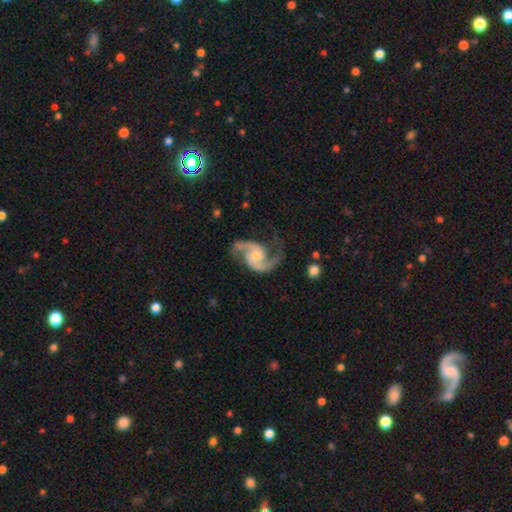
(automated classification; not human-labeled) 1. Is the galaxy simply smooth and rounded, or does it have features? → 93% featured or disk, 4% star or artifact, 3% smooth.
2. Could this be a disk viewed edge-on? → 98% no, 2% yes.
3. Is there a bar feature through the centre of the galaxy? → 58% no, 33% weak, 8% strong.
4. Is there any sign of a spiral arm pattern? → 98% yes, 2% no.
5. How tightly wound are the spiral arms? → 57% medium, 30% loose, 13% tight.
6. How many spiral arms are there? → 94% 2, 1% can't tell, 1% 1, 1% 3, 1% 4, 1% more than 4.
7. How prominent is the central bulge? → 54% moderate, 38% small, 4% large, 3% none, 1% dominant.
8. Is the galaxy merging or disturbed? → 76% none, 15% minor disturbance, 7% major disturbance, 2% merger.